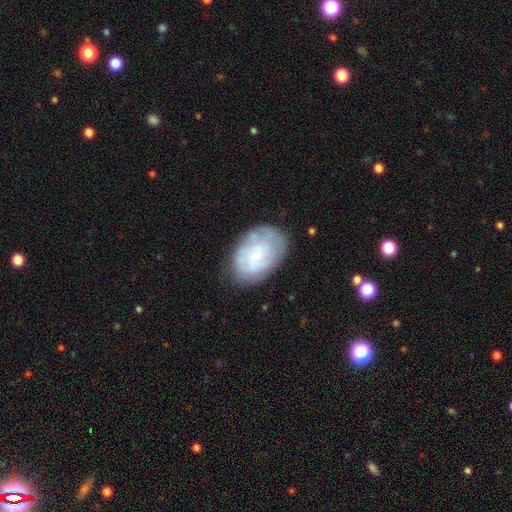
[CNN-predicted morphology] This is possibly a featured or disk galaxy (59%). It is clearly not viewed edge-on (97%). Bar: likely no (76%). Spiral arm pattern: likely yes (76%). Central bulge: likely small (79%). Merging: likely none (73%).